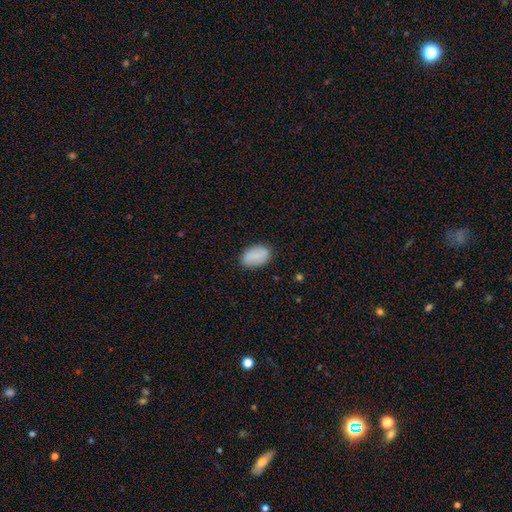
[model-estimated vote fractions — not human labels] smooth_or_featured: smooth (p=0.83) [alt: featured or disk p=0.10]
how_rounded: in between (p=0.90) [alt: round p=0.08]
merging: none (p=0.84) [alt: minor disturbance p=0.12]